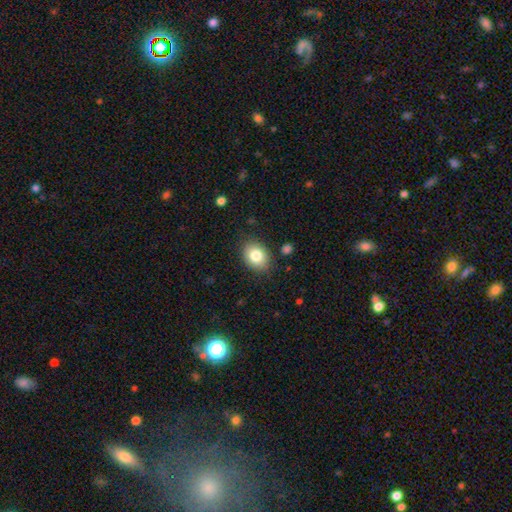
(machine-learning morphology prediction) Smooth or featured: smooth — 82% (featured or disk — 10%)
How rounded: in between — 62% (round — 37%)
Merging: none — 84% (minor disturbance — 11%)